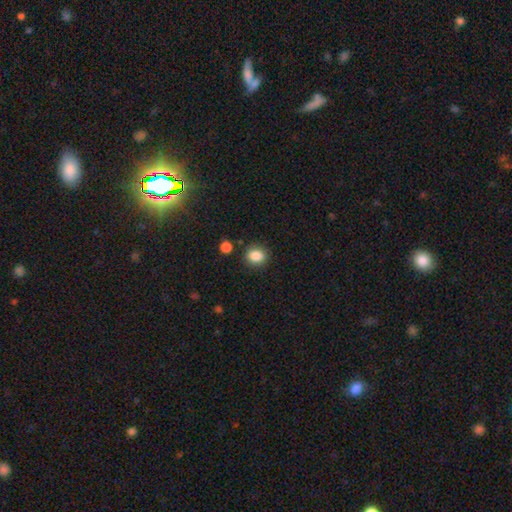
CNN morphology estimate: Smooth or featured: smooth — 86% (star or artifact — 10%)
How rounded: round — 64% (in between — 35%)
Merging: none — 85% (minor disturbance — 9%)